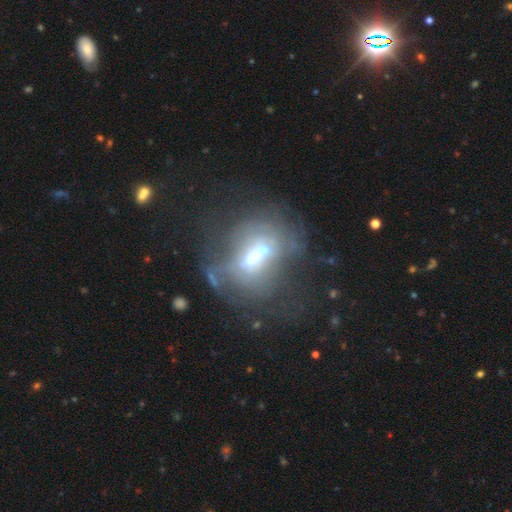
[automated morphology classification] featured or disk 60%, smooth 24%, star or artifact 16%. Down the decision tree: edge-on disk — no (88%); bar — no (41%); spiral arms — no (77%); bulge size — moderate (40%); merging — major disturbance (29%, tied with merger).